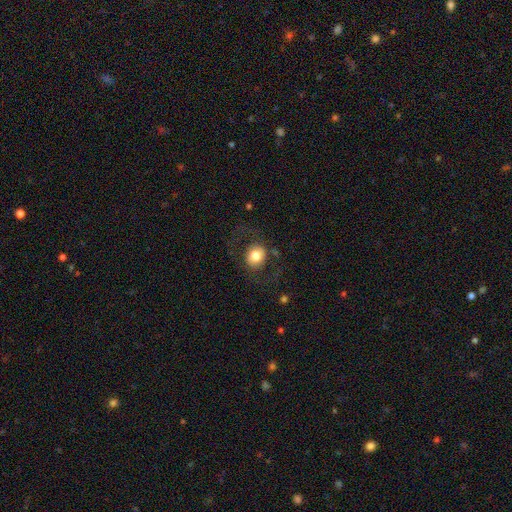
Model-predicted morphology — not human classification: A smooth galaxy with no disk features (69%) that is round (71%). Merging: none (71%).